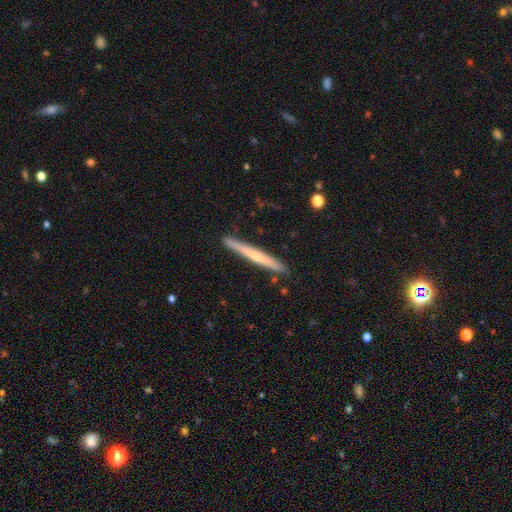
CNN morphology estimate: This appears to be a featured or disk galaxy (50%). Merging: none (89%).